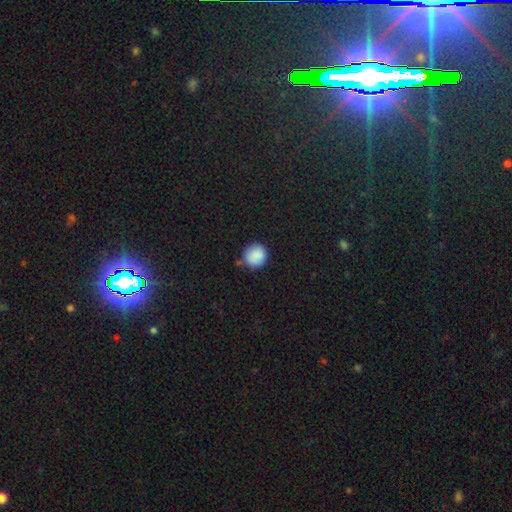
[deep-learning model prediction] Morphology: type=smooth (88%); roundness=round (91%); merging=none (76%).